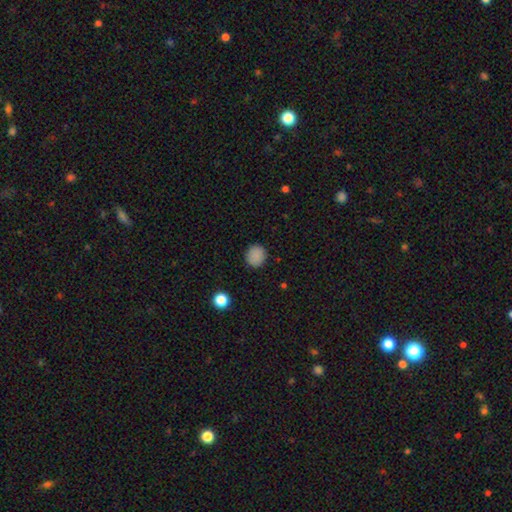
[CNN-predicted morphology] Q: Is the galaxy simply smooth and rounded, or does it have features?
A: smooth — 86%.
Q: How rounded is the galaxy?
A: round — 84%.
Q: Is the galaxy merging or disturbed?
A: none — 89%.